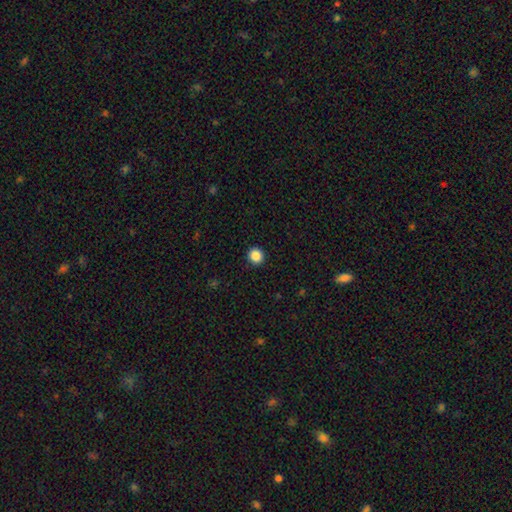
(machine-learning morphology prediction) smooth-or-featured: smooth: 87% | star or artifact: 10% | featured or disk: 3%
  how-rounded: round: 90% | in between: 9% | cigar-shaped: 1%
  merging: none: 93% | minor disturbance: 5% | major disturbance: 2% | merger: 1%